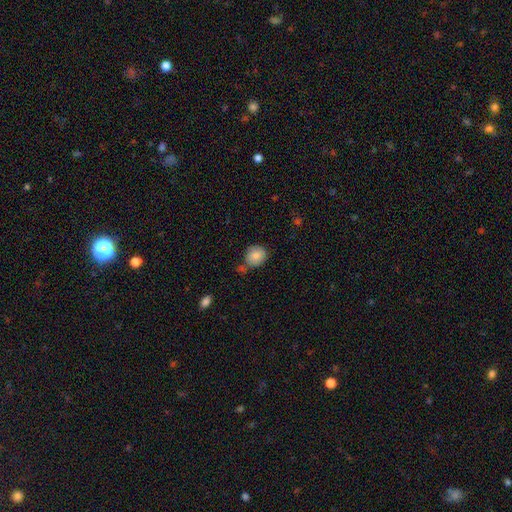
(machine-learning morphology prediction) Smooth or featured?
  - smooth: 84% *
  - featured or disk: 8%
  - star or artifact: 8%
How rounded?
  - round: 81% *
  - in between: 19%
  - cigar-shaped: 1%
Merging?
  - none: 68% *
  - minor disturbance: 17%
  - merger: 12%
  - major disturbance: 4%